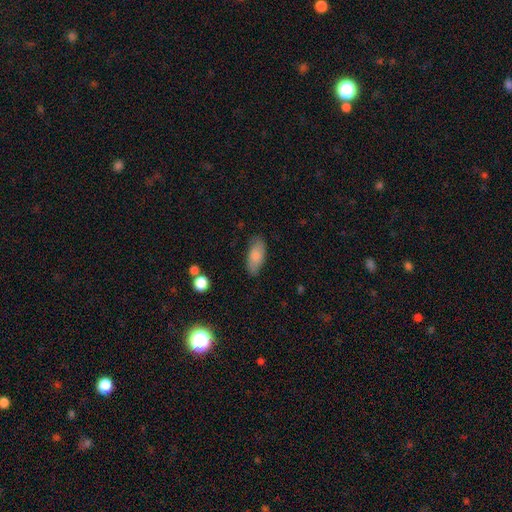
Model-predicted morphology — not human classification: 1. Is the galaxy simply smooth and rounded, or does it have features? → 83% smooth, 11% featured or disk, 6% star or artifact.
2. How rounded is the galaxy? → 84% in between, 14% cigar-shaped, 2% round.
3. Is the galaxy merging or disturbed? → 81% none, 14% minor disturbance, 3% major disturbance, 1% merger.